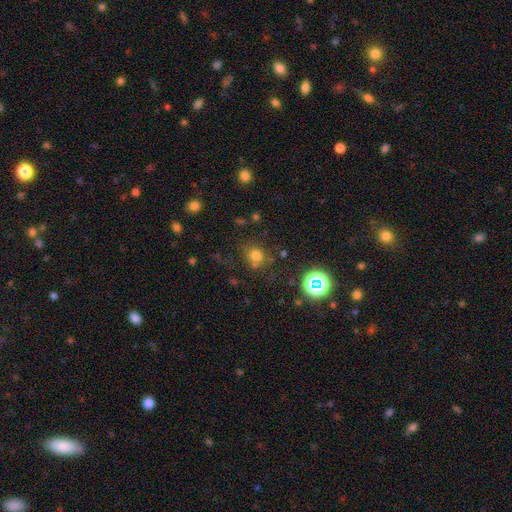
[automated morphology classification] smooth 69%, star or artifact 22%, featured or disk 9%. Down the decision tree: how rounded — round (80%); merging — none (68%).